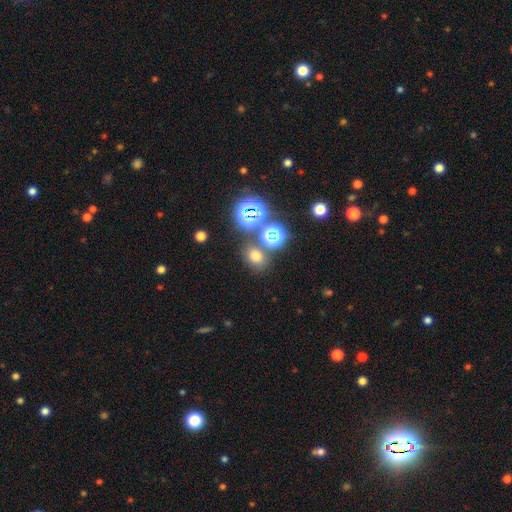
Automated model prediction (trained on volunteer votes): This is likely a smooth galaxy (62%). How rounded: possibly round (55%). Merging: likely none (72%).